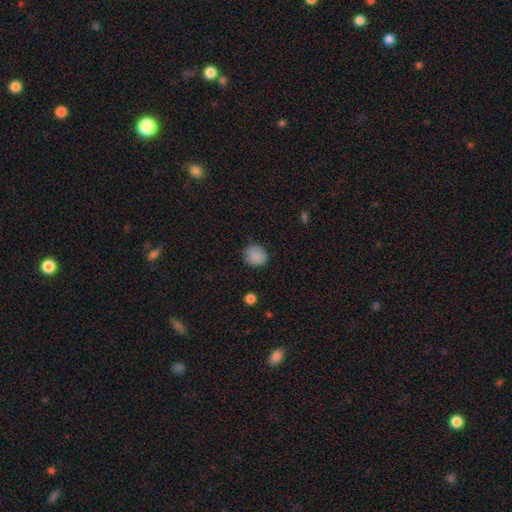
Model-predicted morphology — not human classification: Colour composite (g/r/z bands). It shows a smooth galaxy with no disk features (87%) that is round (84%). Merging: none (84%).